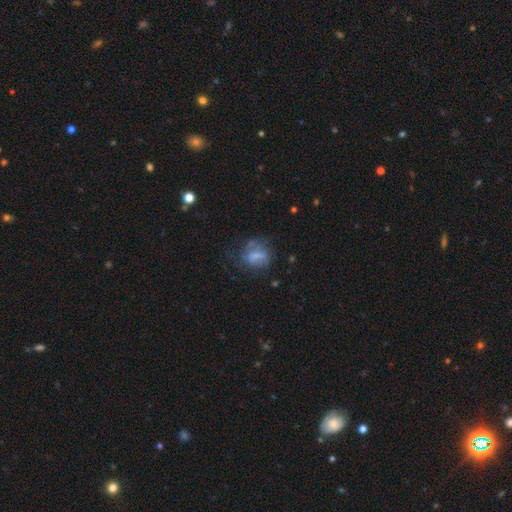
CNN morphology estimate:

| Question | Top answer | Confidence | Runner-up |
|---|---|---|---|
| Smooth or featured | smooth | 46% | featured or disk (42%) |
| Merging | none | 46% | major disturbance (25%) |